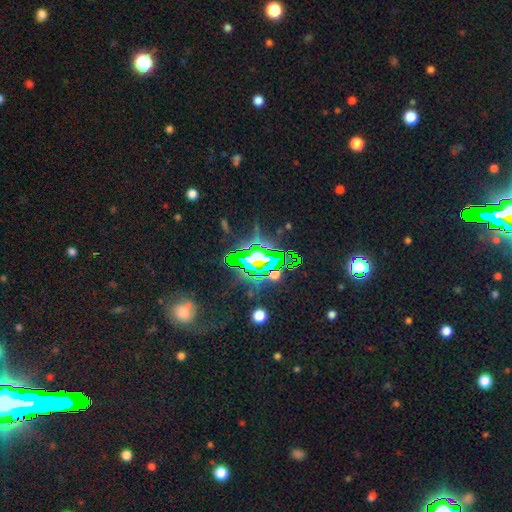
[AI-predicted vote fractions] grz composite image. It shows a star or artifact, not a galaxy (74%).